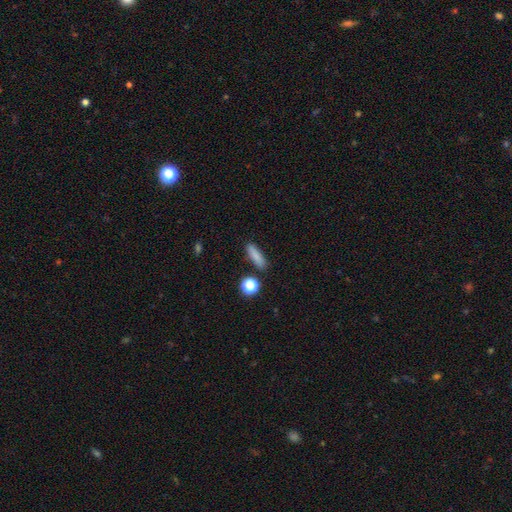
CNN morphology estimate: This appears to be a smooth galaxy with no disk features (82%) that is cigar-shaped (61%). Merging: none (85%).